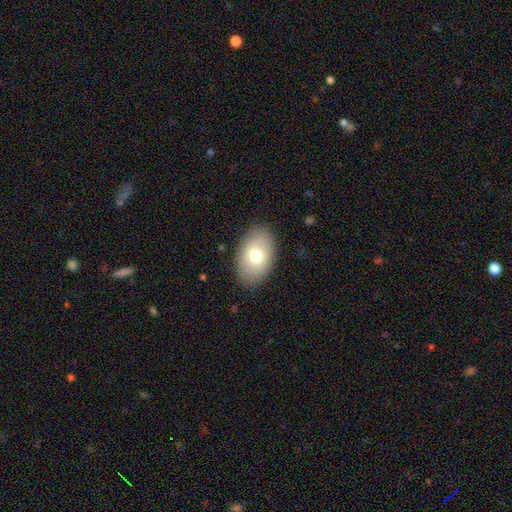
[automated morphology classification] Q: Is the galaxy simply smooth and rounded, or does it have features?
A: smooth — 75%.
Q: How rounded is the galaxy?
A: in between — 90%.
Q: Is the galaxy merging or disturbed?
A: none — 87%.